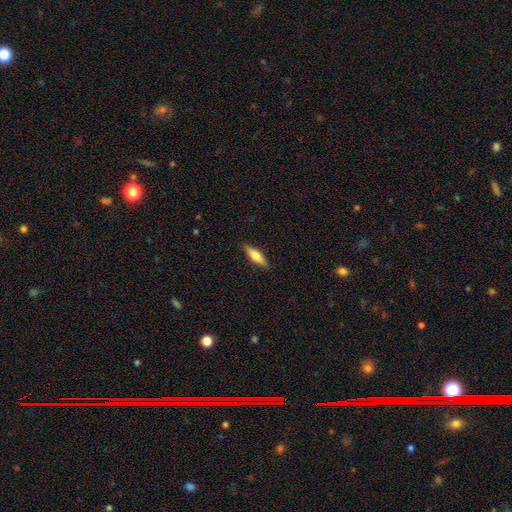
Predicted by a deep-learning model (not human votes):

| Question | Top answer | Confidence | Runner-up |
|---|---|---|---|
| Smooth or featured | smooth | 59% | featured or disk (35%) |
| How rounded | cigar-shaped | 57% | in between (41%) |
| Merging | none | 88% | minor disturbance (9%) |